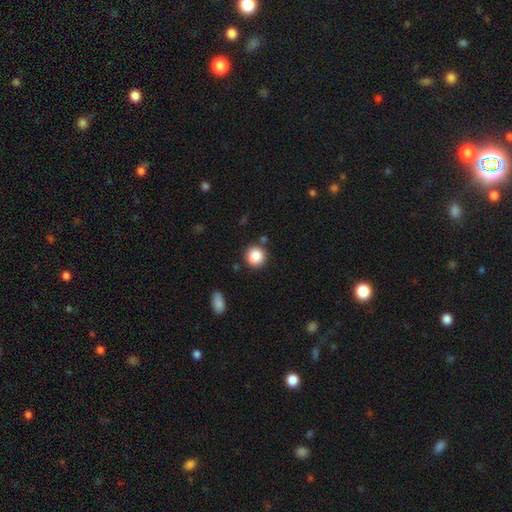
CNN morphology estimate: Smooth or featured? Predicted: smooth (p=0.87). How rounded? Predicted: round (p=0.91). Merging? Predicted: none (p=0.84).